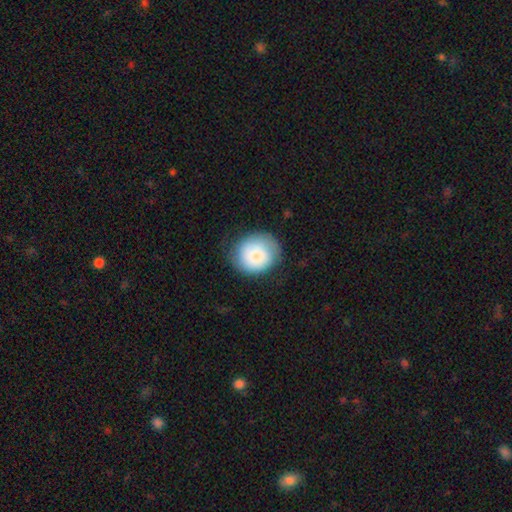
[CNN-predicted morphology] smooth-or-featured: smooth: 74% | featured or disk: 19% | star or artifact: 7%
  how-rounded: round: 80% | in between: 19% | cigar-shaped: 1%
  merging: none: 69% | minor disturbance: 22% | major disturbance: 7% | merger: 2%